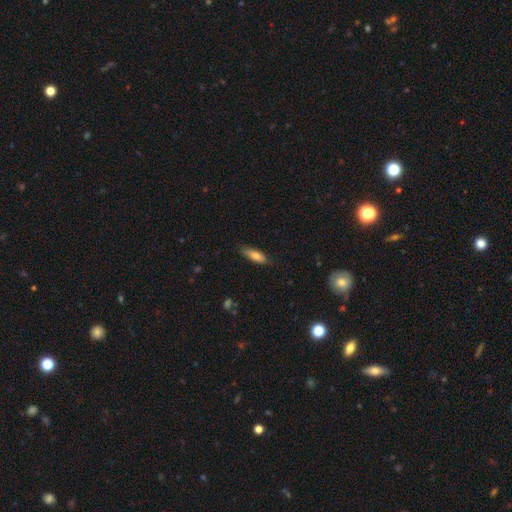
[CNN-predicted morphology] Smooth or featured?
  - smooth: 76% *
  - featured or disk: 18%
  - star or artifact: 6%
How rounded?
  - cigar-shaped: 52% *
  - in between: 46%
  - round: 2%
Merging?
  - none: 77% *
  - minor disturbance: 19%
  - major disturbance: 3%
  - merger: 1%